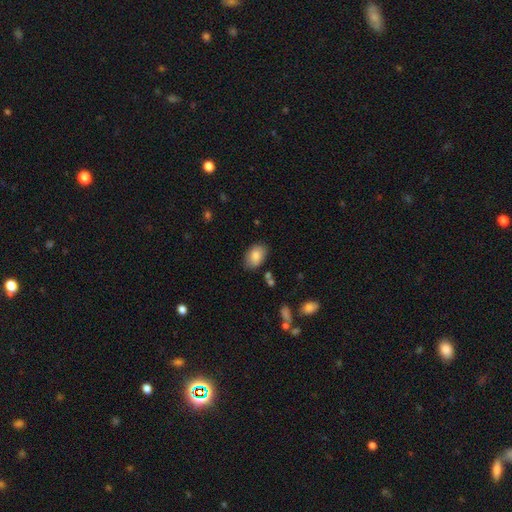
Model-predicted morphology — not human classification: smooth-or-featured: smooth: 82% | featured or disk: 10% | star or artifact: 7%
  how-rounded: in between: 87% | round: 12% | cigar-shaped: 1%
  merging: none: 81% | minor disturbance: 14% | major disturbance: 3% | merger: 2%